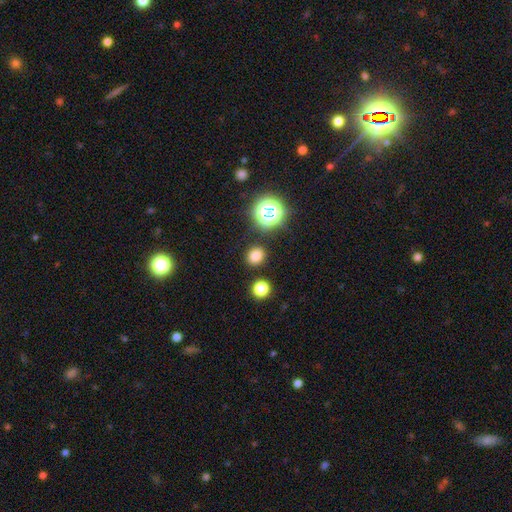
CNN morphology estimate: This is likely a smooth galaxy (76%). How rounded: likely round (76%). Merging: clearly none (87%).